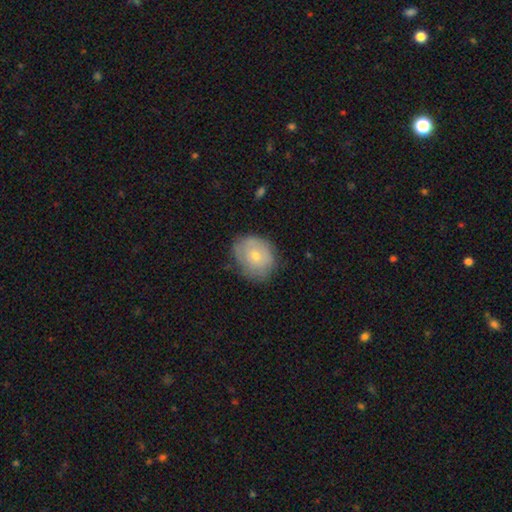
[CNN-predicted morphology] The model was most divided on "smooth or featured": smooth: 56%, featured or disk: 36%, star or artifact: 8%. More confident: merging — none (70%); how rounded — round (60%).